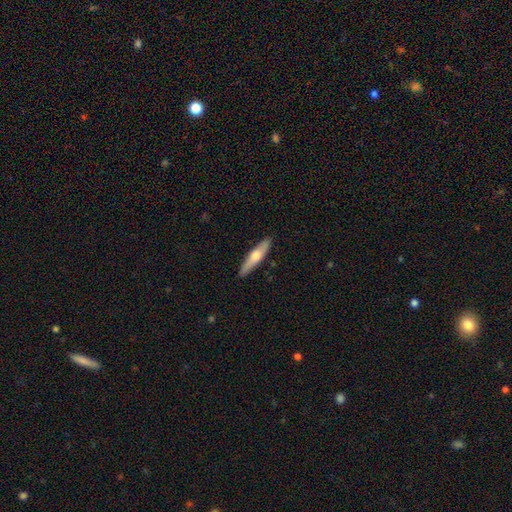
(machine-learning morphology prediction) A smooth galaxy with no disk features (53%) that is cigar-shaped (82%). Merging: none (89%).